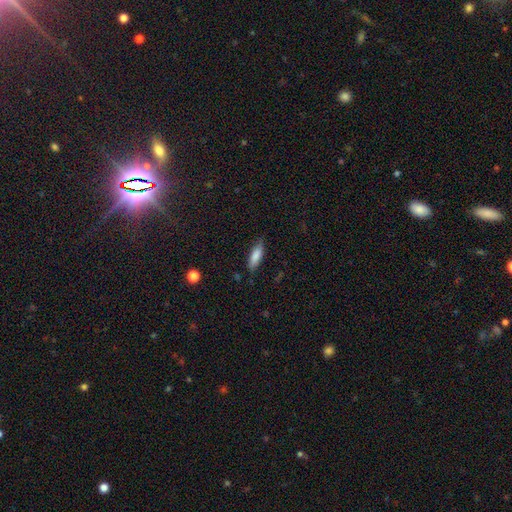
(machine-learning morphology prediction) Q: Smooth or featured?
A: smooth (80%); runner-up: featured or disk (13%)
Q: How rounded?
A: in between (52%); runner-up: cigar-shaped (46%)
Q: Merging?
A: none (75%); runner-up: minor disturbance (20%)